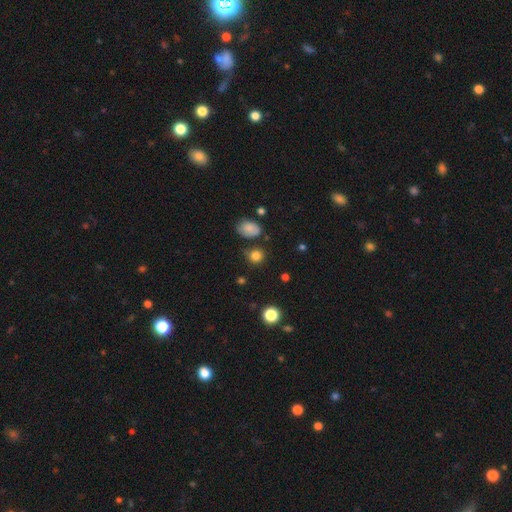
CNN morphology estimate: A smooth galaxy with no disk features (81%) that is round (83%). Merging: none (76%).